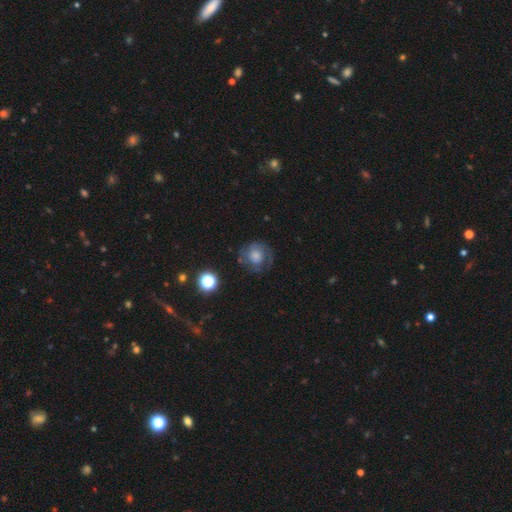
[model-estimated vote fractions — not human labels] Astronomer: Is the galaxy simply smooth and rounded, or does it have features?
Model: featured or disk — 53% (runner-up: smooth, 37%).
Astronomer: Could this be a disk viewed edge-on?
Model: no — 98%.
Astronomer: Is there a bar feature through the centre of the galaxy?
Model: no — 79%.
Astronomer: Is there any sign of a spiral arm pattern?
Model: yes — 78%.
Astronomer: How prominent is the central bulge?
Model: moderate — 33% (runner-up: large, 26%).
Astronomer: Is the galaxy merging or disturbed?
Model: none — 64%.